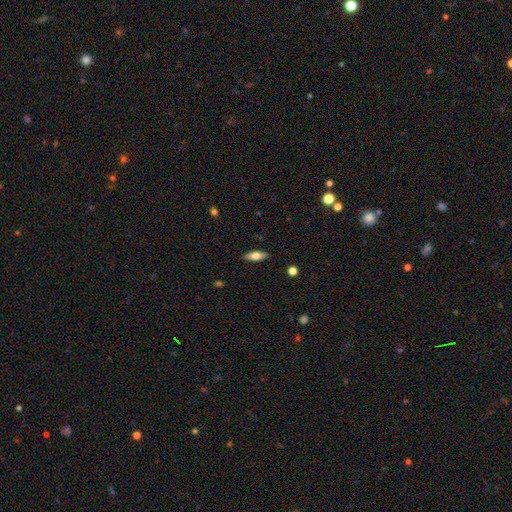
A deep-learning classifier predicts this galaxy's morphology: A smooth galaxy with no disk features (63%) that is in between round and cigar-shaped (66%).

Vote fractions:
- Smooth or featured? smooth: 63% / featured or disk: 30% / star or artifact: 7%
- How rounded? in between: 66% / cigar-shaped: 32% / round: 3%
- Merging? none: 88% / minor disturbance: 9% / major disturbance: 2% / merger: 1%